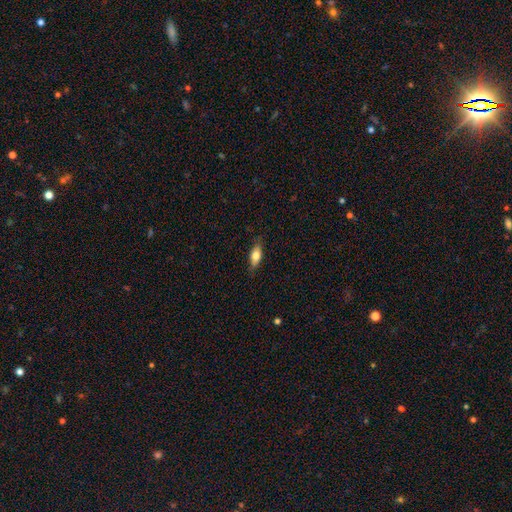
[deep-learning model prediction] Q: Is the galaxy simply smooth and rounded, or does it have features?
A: smooth — 69%.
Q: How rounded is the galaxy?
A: in between — 72%.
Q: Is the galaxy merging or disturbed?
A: none — 82%.